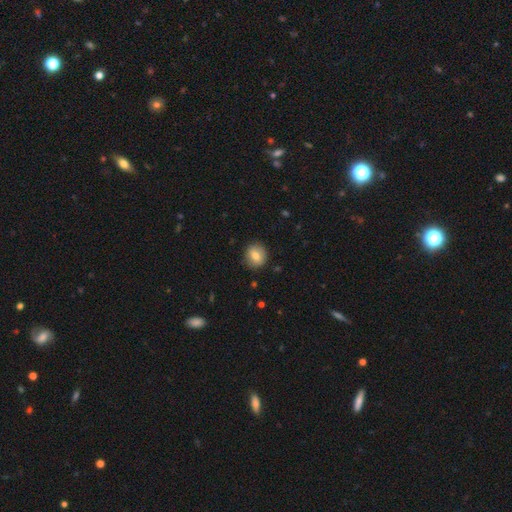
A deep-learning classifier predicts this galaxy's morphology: Smooth or featured?
  - smooth: 78% *
  - featured or disk: 13%
  - star or artifact: 9%
How rounded?
  - round: 83% *
  - in between: 16%
  - cigar-shaped: 1%
Merging?
  - none: 88% *
  - minor disturbance: 9%
  - major disturbance: 2%
  - merger: 1%